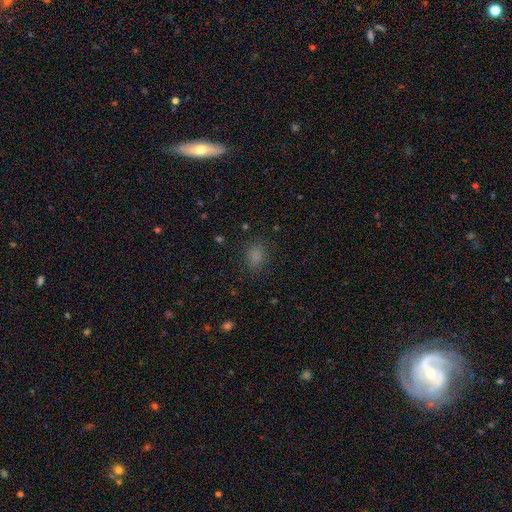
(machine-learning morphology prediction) smooth_or_featured: smooth (p=0.80) [alt: star or artifact p=0.16]
how_rounded: in between (p=0.58) [alt: round p=0.41]
merging: none (p=0.82) [alt: minor disturbance p=0.12]